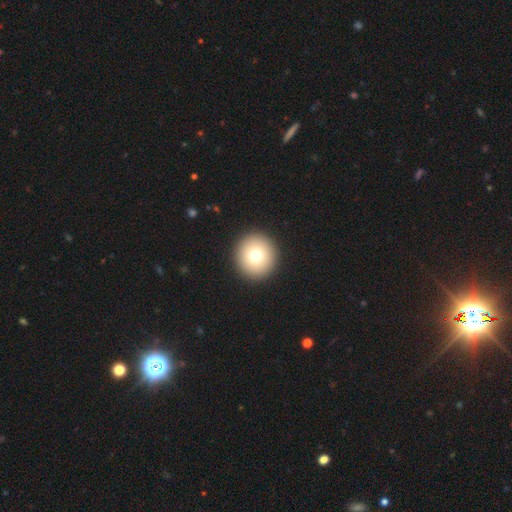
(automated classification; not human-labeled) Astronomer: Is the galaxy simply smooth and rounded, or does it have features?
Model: smooth — 75%.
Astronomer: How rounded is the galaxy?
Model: round — 95%.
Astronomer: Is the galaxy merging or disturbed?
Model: none — 94%.